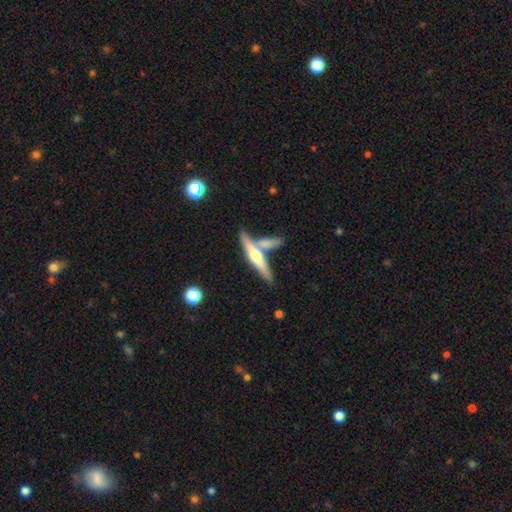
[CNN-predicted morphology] type=featured or disk (55%); edge-on=yes (94%); edge-on bulge=rounded (83%); merging=none (53%).